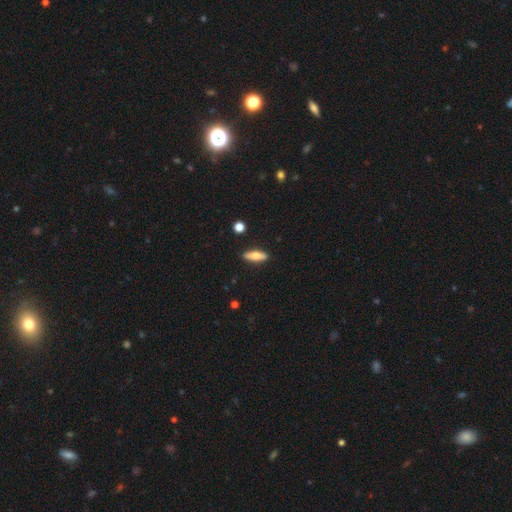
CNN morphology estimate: smooth 68%, featured or disk 26%, star or artifact 7%. Down the decision tree: how rounded — cigar-shaped (51%); merging — none (88%).